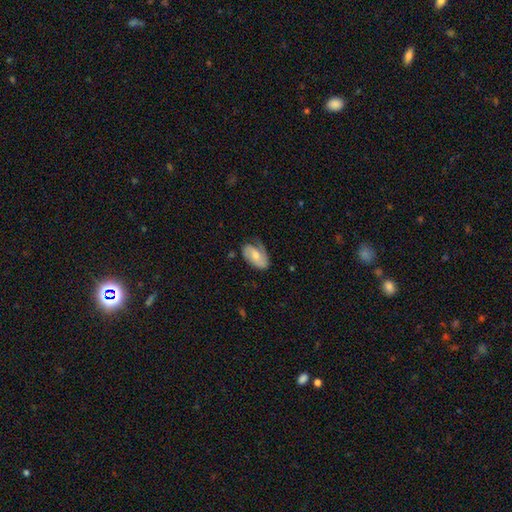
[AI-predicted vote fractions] This is possibly a featured or disk galaxy (59%). It is clearly not viewed edge-on (96%). Bar: possibly no (57%). Spiral arm pattern: clearly yes (88%). Spiral arm count: possibly 2 (56%). Spiral winding: marginally medium (40%). Central bulge: possibly moderate (56%). Merging: possibly none (57%).